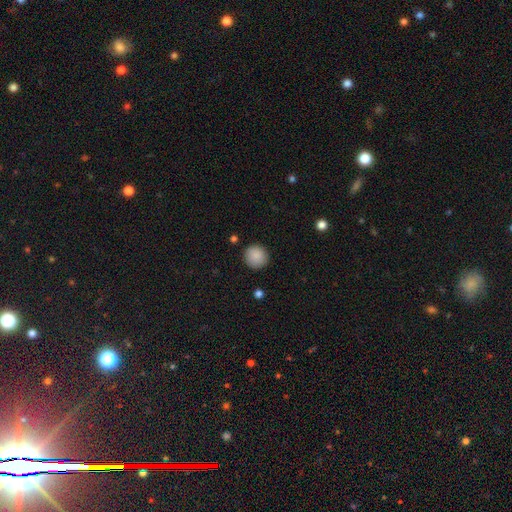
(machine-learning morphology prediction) Smooth or featured?
  - smooth: 89% *
  - star or artifact: 8%
  - featured or disk: 3%
How rounded?
  - round: 94% *
  - in between: 5%
  - cigar-shaped: 1%
Merging?
  - none: 90% *
  - minor disturbance: 7%
  - major disturbance: 2%
  - merger: 1%